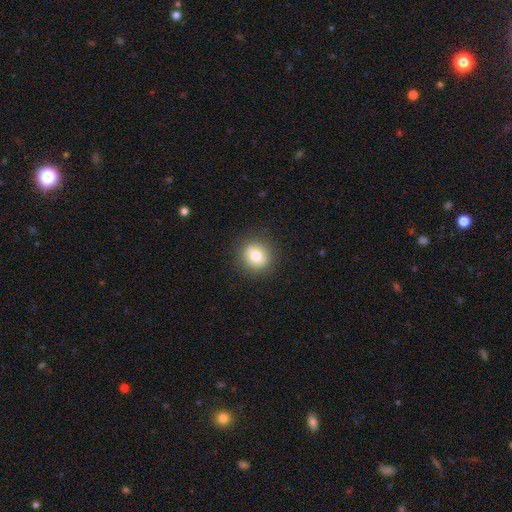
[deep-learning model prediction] Smooth or featured: smooth — 78% (featured or disk — 12%)
How rounded: round — 88% (in between — 11%)
Merging: none — 89% (minor disturbance — 7%)